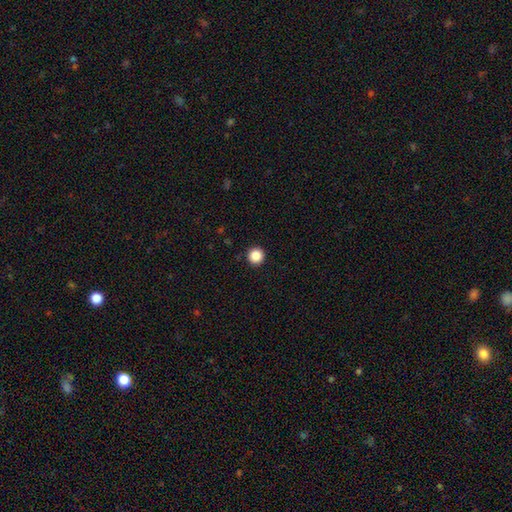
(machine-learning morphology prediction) type=smooth (87%); roundness=round (96%); merging=none (93%).